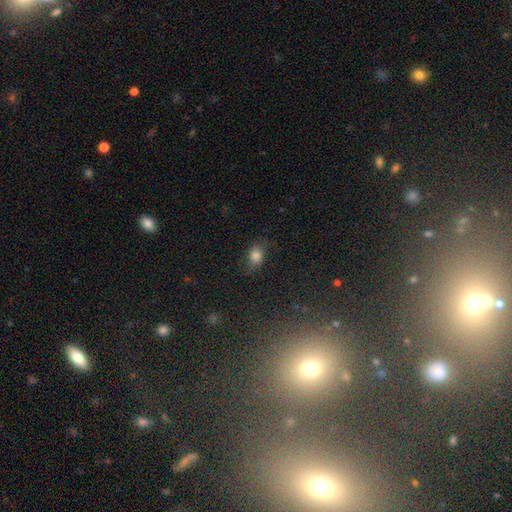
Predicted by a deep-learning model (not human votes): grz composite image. It shows a smooth galaxy with no disk features (80%) that is in between round and cigar-shaped (64%). Merging: none (73%).